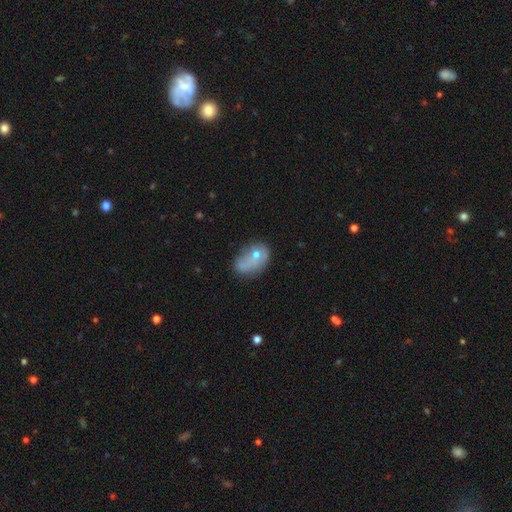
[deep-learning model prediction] Q: Smooth or featured?
A: smooth (57%); runner-up: featured or disk (32%)
Q: How rounded?
A: in between (76%); runner-up: round (22%)
Q: Merging?
A: none (36%); runner-up: minor disturbance (32%)